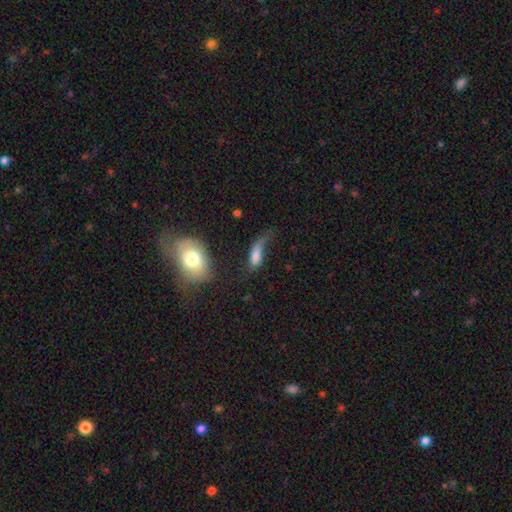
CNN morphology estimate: smooth 70%, featured or disk 20%, star or artifact 10%. Down the decision tree: how rounded — in between (71%); merging — major disturbance (44%).